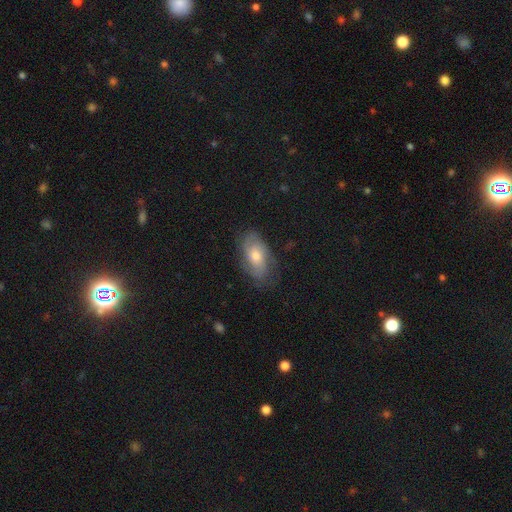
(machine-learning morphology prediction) A featured or disk galaxy (50%). Merging: none (71%).